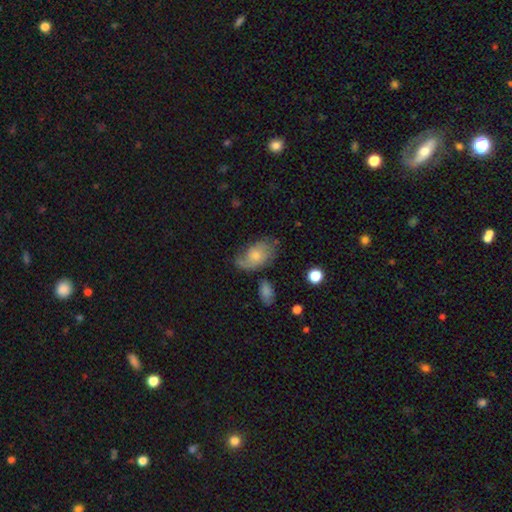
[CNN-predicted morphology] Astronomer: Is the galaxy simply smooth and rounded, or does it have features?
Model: smooth — 50% (runner-up: featured or disk, 43%).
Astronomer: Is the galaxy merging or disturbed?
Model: none — 48% (runner-up: minor disturbance, 29%).